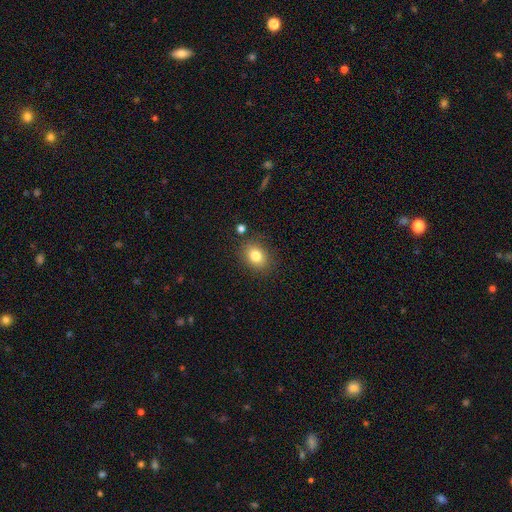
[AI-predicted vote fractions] This is clearly a smooth galaxy (81%). How rounded: possibly in between (59%). Merging: clearly none (83%).